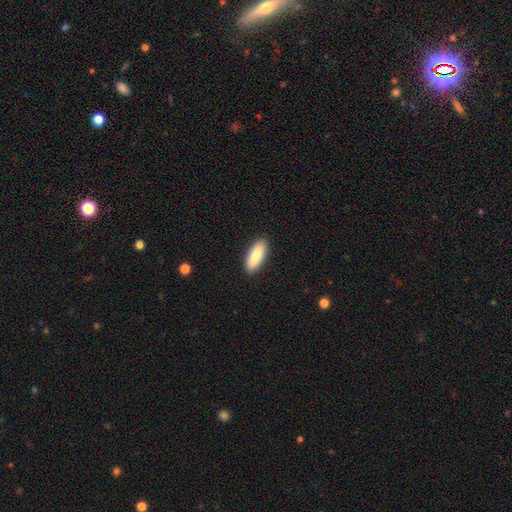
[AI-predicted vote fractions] Smooth or featured: smooth — 86% (featured or disk — 9%)
How rounded: in between — 68% (cigar-shaped — 31%)
Merging: none — 90% (minor disturbance — 7%)